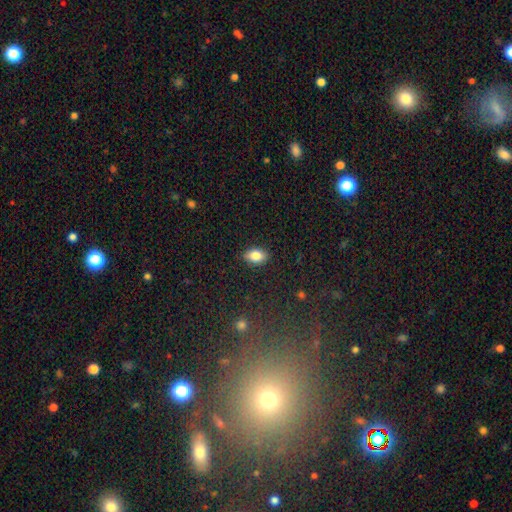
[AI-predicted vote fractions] Smooth or featured? Predicted: smooth (p=0.82). How rounded? Predicted: in between (p=0.88). Merging? Predicted: none (p=0.88).